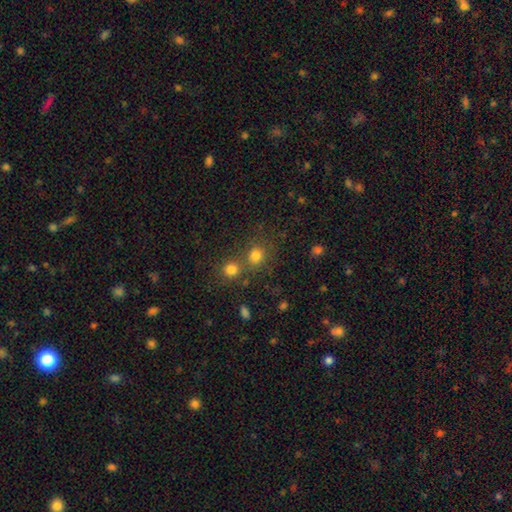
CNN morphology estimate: smooth_or_featured: smooth (p=0.78) [alt: star or artifact p=0.15]
how_rounded: round (p=0.84) [alt: in between p=0.15]
merging: none (p=0.57) [alt: merger p=0.31]